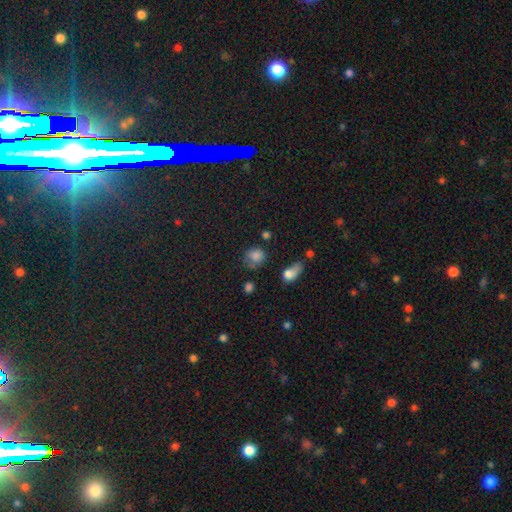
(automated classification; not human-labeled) Smooth or featured?
  - smooth: 78% *
  - star or artifact: 13%
  - featured or disk: 9%
How rounded?
  - round: 69% *
  - in between: 29%
  - cigar-shaped: 1%
Merging?
  - none: 49% *
  - minor disturbance: 28%
  - major disturbance: 14%
  - merger: 9%